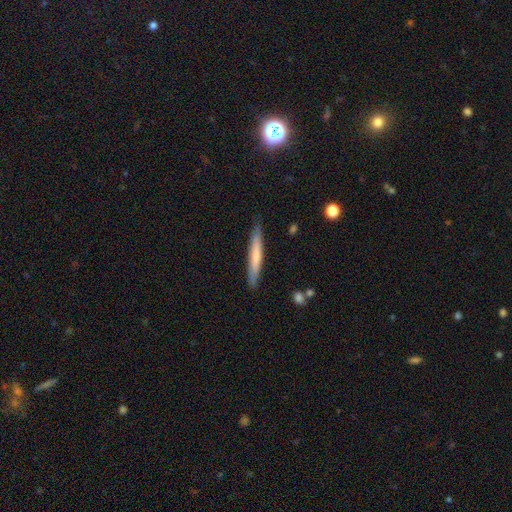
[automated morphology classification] Overall: smooth (64%; featured or disk 30%). How rounded: cigar-shaped (95%). Merging: none (88%).